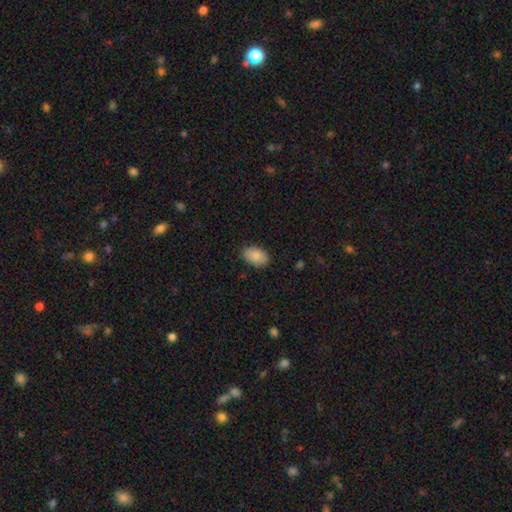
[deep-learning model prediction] smooth 85%, featured or disk 9%, star or artifact 7%. Down the decision tree: how rounded — in between (89%); merging — none (85%).